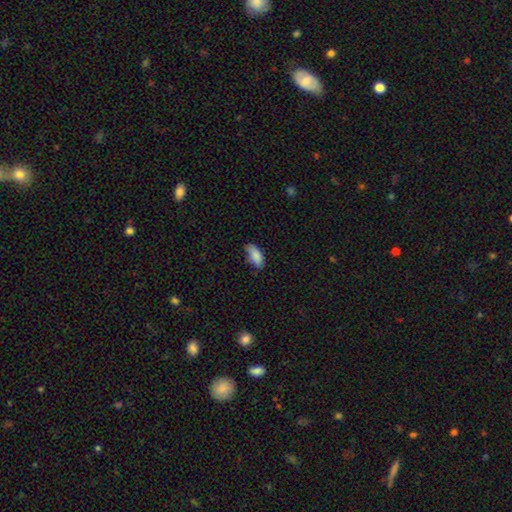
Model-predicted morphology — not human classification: Smooth or featured? Predicted: smooth (p=0.86). How rounded? Predicted: in between (p=0.90). Merging? Predicted: none (p=0.66).